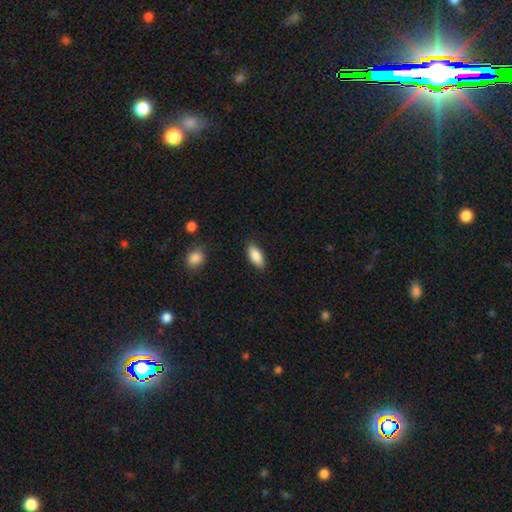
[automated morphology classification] smooth-or-featured: smooth: 87% | featured or disk: 7% | star or artifact: 6%
  how-rounded: in between: 82% | cigar-shaped: 15% | round: 2%
  merging: none: 86% | minor disturbance: 10% | major disturbance: 2% | merger: 1%